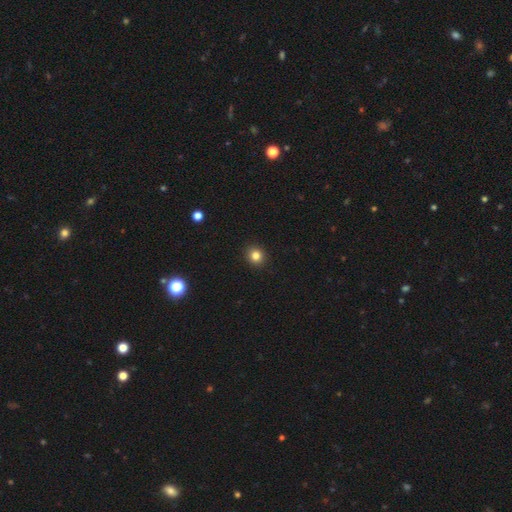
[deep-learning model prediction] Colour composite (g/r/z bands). It shows a smooth galaxy with no disk features (82%) that is round (87%). Merging: none (92%).